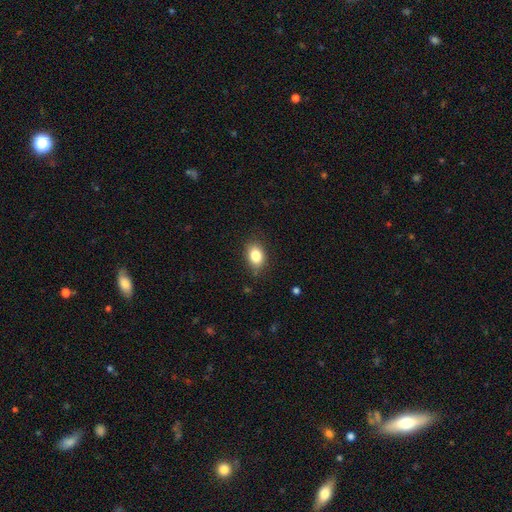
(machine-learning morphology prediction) Smooth or featured?
  - smooth: 83% *
  - star or artifact: 9%
  - featured or disk: 7%
How rounded?
  - in between: 73% *
  - round: 26%
  - cigar-shaped: 1%
Merging?
  - none: 83% *
  - minor disturbance: 13%
  - major disturbance: 3%
  - merger: 1%